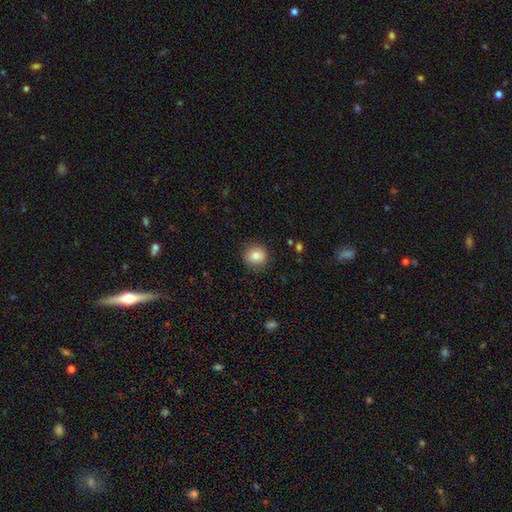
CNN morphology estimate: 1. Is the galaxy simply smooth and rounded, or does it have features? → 82% smooth, 10% star or artifact, 8% featured or disk.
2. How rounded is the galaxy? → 90% round, 9% in between, 1% cigar-shaped.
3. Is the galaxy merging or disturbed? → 89% none, 8% minor disturbance, 2% major disturbance, 1% merger.